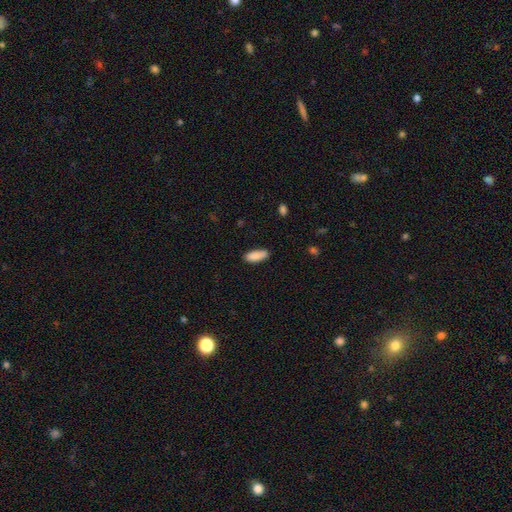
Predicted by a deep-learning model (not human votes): Morphology: type=smooth (88%); roundness=in between (72%); merging=none (83%).